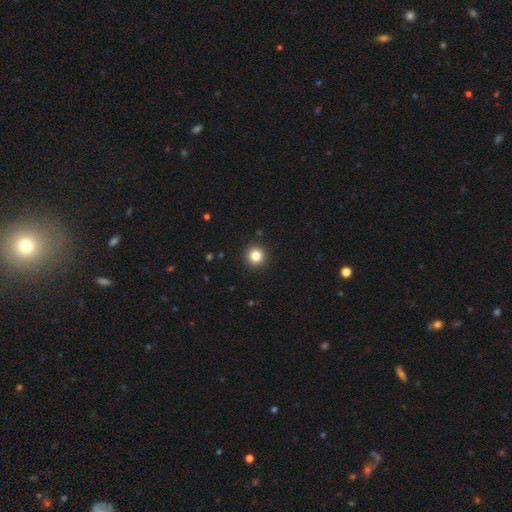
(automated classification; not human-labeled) This is clearly a smooth galaxy (83%). How rounded: clearly round (95%). Merging: clearly none (93%).